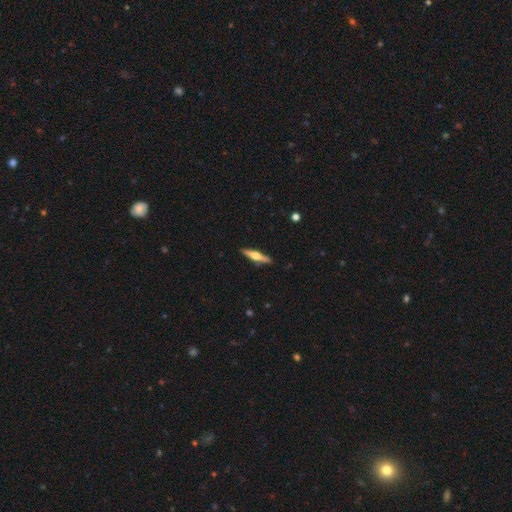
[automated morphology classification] smooth-or-featured: featured or disk: 65% | smooth: 29% | star or artifact: 6%
  disk-edge-on: yes: 97% | no: 3%
    edge-on-bulge: rounded: 92% | boxy: 5% | none: 3%
  merging: none: 89% | minor disturbance: 8% | major disturbance: 2% | merger: 1%